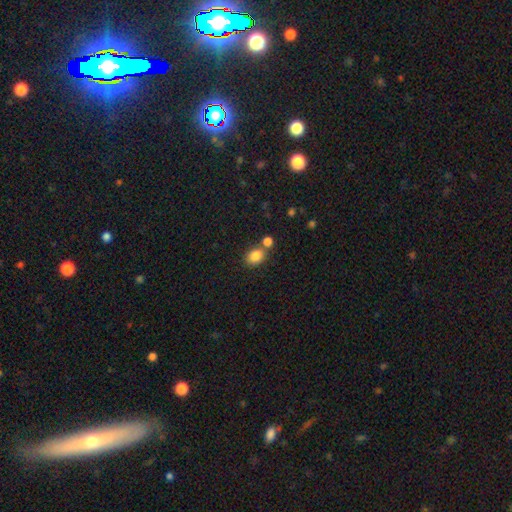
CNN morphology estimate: type=smooth (84%); roundness=in between (62%); merging=none (61%).